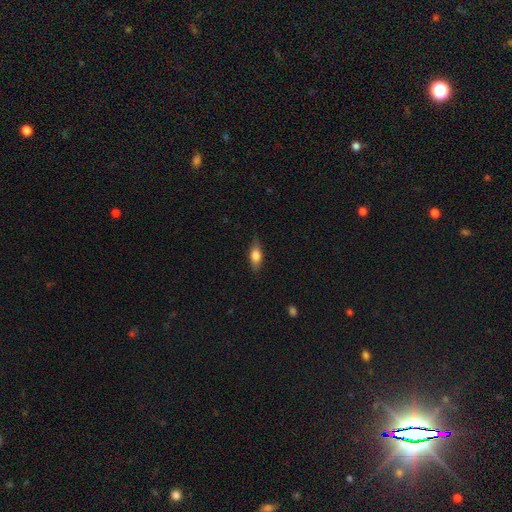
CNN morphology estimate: A smooth galaxy with no disk features (67%) that is in between round and cigar-shaped (69%).

Vote fractions:
- Smooth or featured? smooth: 67% / featured or disk: 26% / star or artifact: 7%
- How rounded? in between: 69% / cigar-shaped: 26% / round: 4%
- Merging? none: 82% / minor disturbance: 14% / major disturbance: 3% / merger: 1%